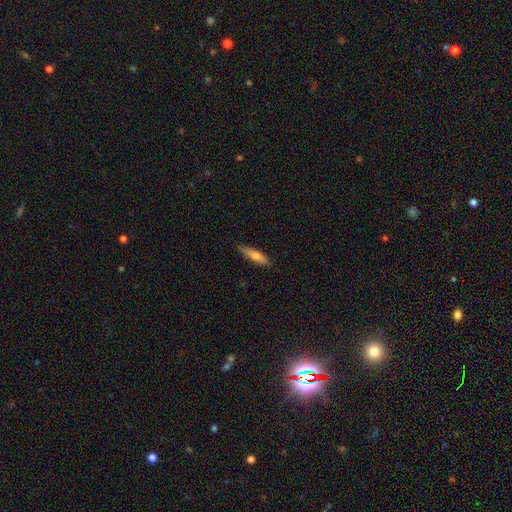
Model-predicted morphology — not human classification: Overall: smooth (72%). How rounded: cigar-shaped (71%). Merging: none (84%).